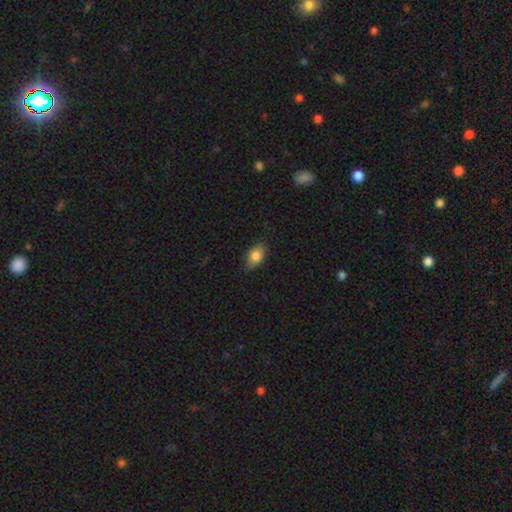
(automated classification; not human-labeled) Q: Smooth or featured?
A: smooth (82%); runner-up: featured or disk (10%)
Q: How rounded?
A: in between (85%); runner-up: round (12%)
Q: Merging?
A: none (81%); runner-up: minor disturbance (16%)